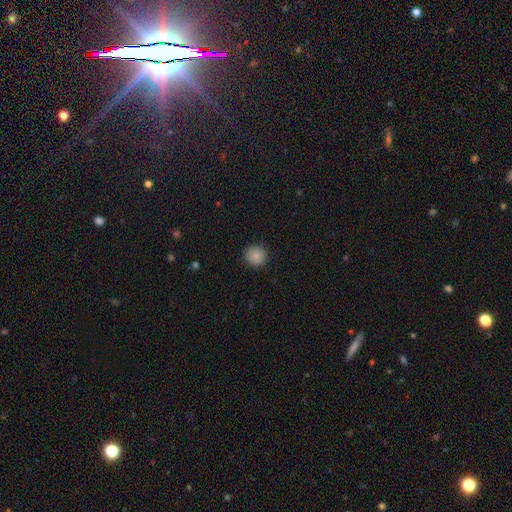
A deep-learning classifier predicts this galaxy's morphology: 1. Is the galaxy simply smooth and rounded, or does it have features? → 86% smooth, 9% star or artifact, 4% featured or disk.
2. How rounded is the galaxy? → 94% round, 5% in between, 1% cigar-shaped.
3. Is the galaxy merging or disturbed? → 92% none, 6% minor disturbance, 2% major disturbance, 1% merger.